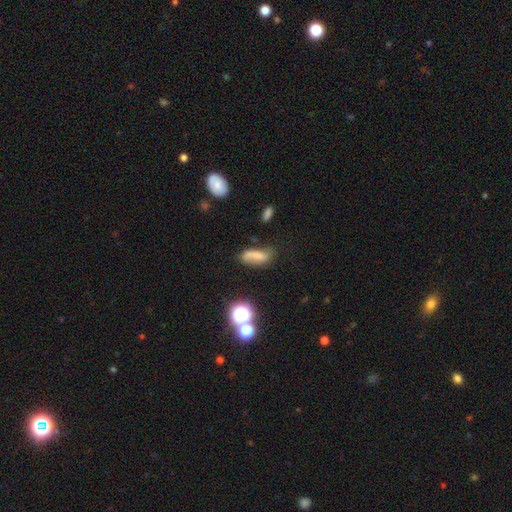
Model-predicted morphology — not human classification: smooth 63%, featured or disk 23%, star or artifact 14%. Down the decision tree: how rounded — in between (69%); merging — none (53%).